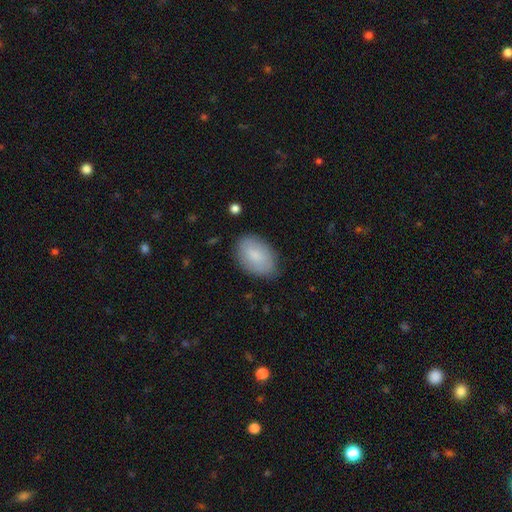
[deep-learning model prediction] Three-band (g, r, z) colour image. It shows a smooth galaxy with no disk features (80%) that is in between round and cigar-shaped (90%). Merging: none (81%).